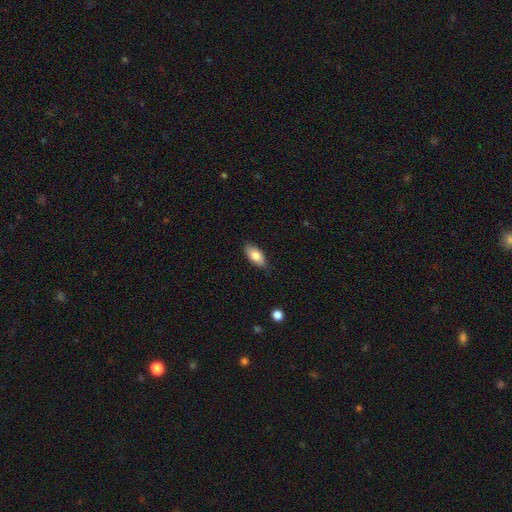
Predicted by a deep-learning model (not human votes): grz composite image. It shows a smooth galaxy with no disk features (79%) that is in between round and cigar-shaped (91%). Merging: none (83%).